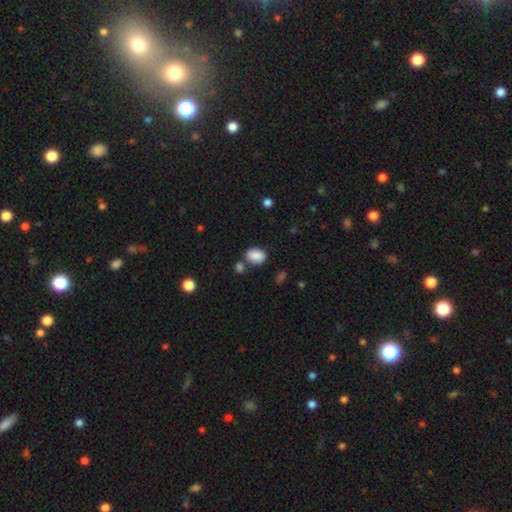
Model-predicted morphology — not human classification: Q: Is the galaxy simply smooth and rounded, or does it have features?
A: smooth — 87%.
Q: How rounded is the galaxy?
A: in between — 81%.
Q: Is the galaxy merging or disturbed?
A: none — 64%.